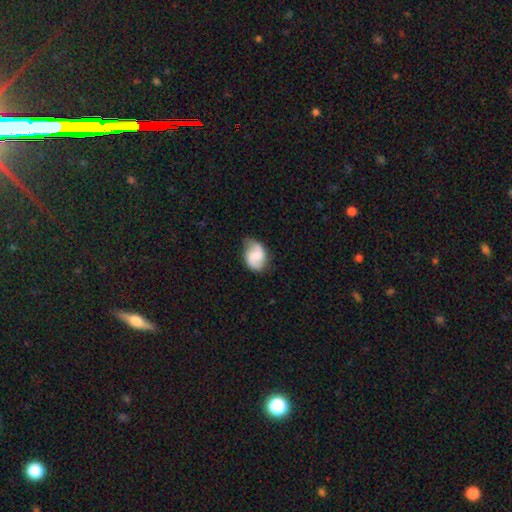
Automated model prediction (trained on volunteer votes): Smooth or featured: featured or disk — 59% (smooth — 33%)
Edge-on disk: no — 98% (yes — 2%)
Bar: weak — 46% (no — 36%)
Spiral arms: yes — 91% (no — 9%)
Spiral winding: loose — 46% (medium — 39%)
Spiral arm count: 2 — 89% (can't tell — 5%)
Bulge size: none — 37% (small — 26%)
Merging: none — 66% (minor disturbance — 25%)